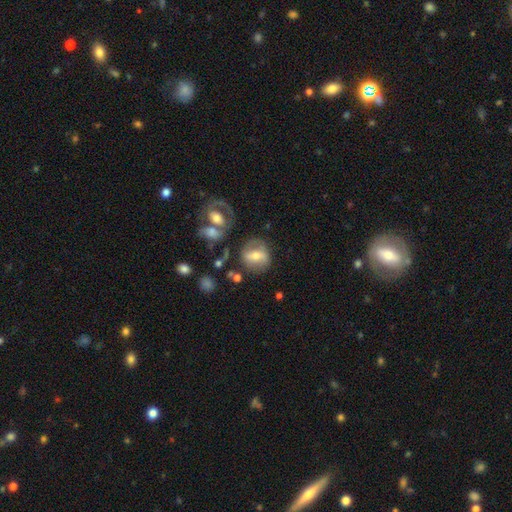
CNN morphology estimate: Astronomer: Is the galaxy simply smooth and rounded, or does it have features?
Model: smooth — 46%, tied with featured or disk at 46%.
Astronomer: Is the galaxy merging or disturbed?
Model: none — 67%.